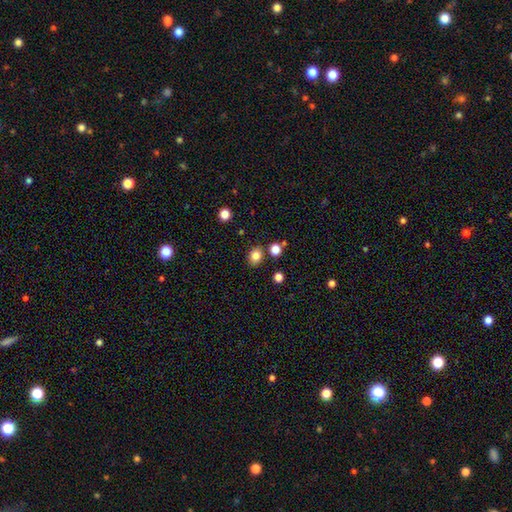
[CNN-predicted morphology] Overall: smooth (83%). How rounded: round (58%; in between 41%). Merging: none (83%).